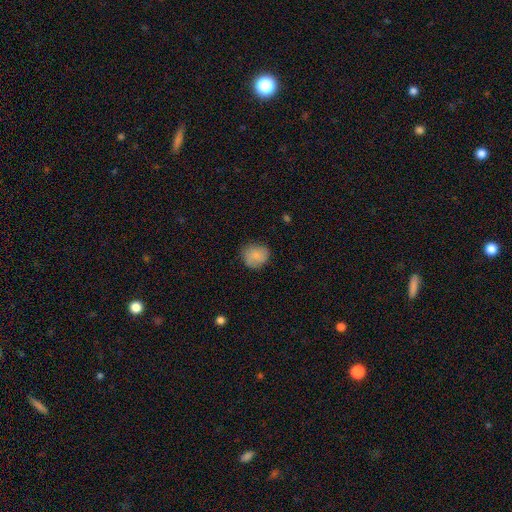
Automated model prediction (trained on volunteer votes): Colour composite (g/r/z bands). It shows a smooth galaxy with no disk features (78%) that is round (84%). Merging: none (77%).